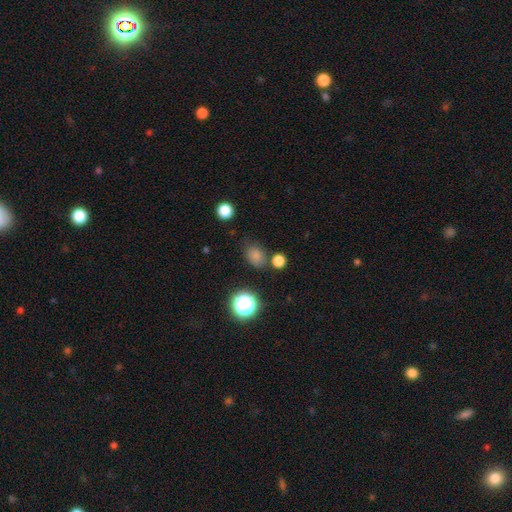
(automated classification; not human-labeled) A smooth galaxy with no disk features (77%) that is in between round and cigar-shaped (59%). Merging: none (75%).